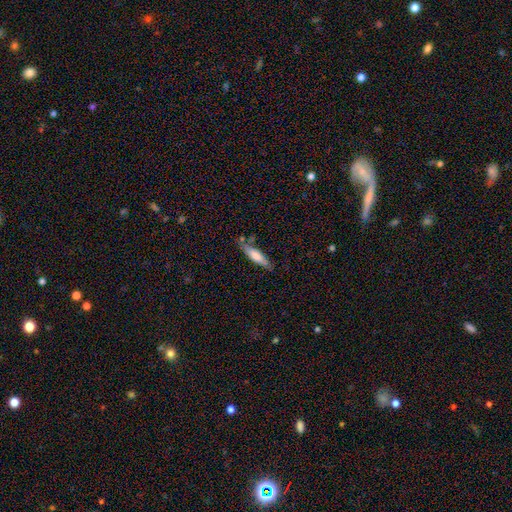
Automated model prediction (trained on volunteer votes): Overall: smooth (67%). How rounded: cigar-shaped (74%). Merging: none (70%).